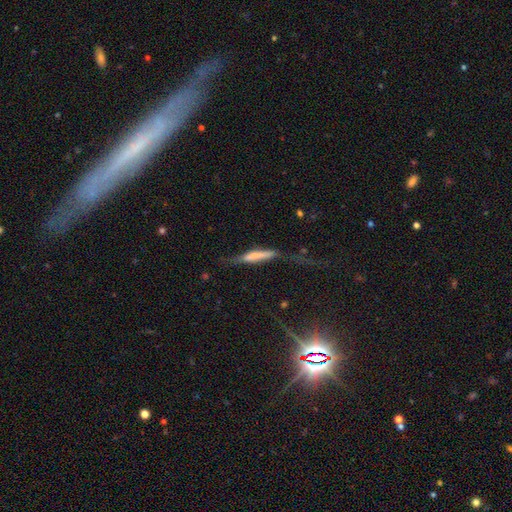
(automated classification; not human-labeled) smooth-or-featured: smooth: 57% | featured or disk: 36% | star or artifact: 6%
  how-rounded: cigar-shaped: 89% | in between: 9% | round: 2%
  merging: none: 41% | major disturbance: 27% | minor disturbance: 26% | merger: 5%